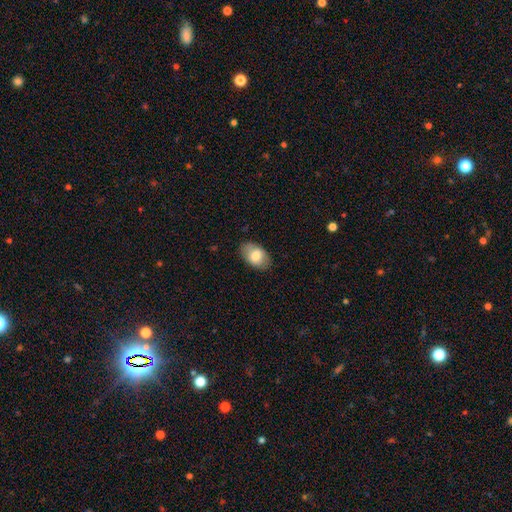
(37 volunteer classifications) This is clearly a smooth galaxy (86%). How rounded: clearly in between (94%). Merging: clearly none (92%).